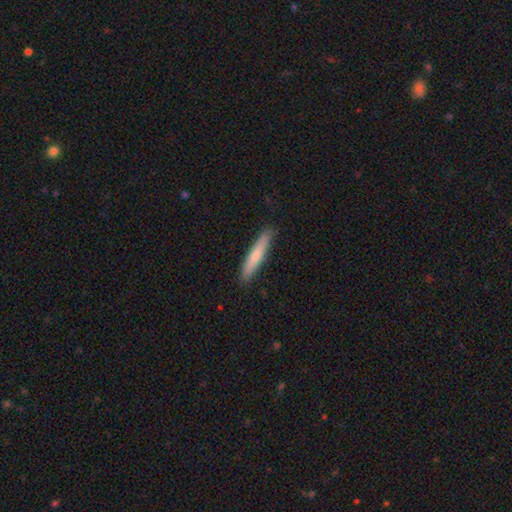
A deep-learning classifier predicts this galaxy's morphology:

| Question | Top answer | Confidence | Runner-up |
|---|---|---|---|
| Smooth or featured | smooth | 69% | featured or disk (25%) |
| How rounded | cigar-shaped | 91% | in between (8%) |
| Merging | none | 89% | minor disturbance (8%) |